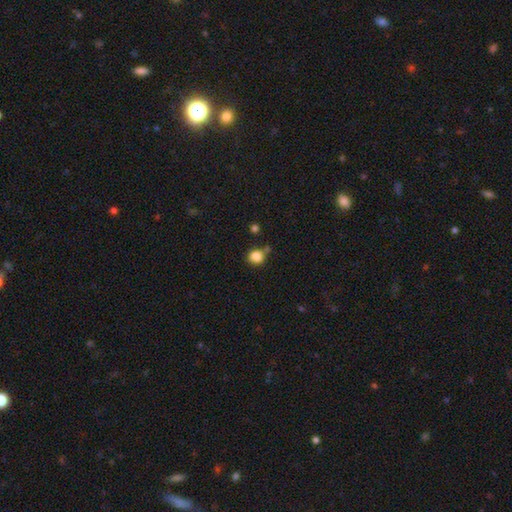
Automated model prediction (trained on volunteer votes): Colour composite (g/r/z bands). It shows a smooth galaxy with no disk features (84%) that is round (79%). Merging: none (65%).